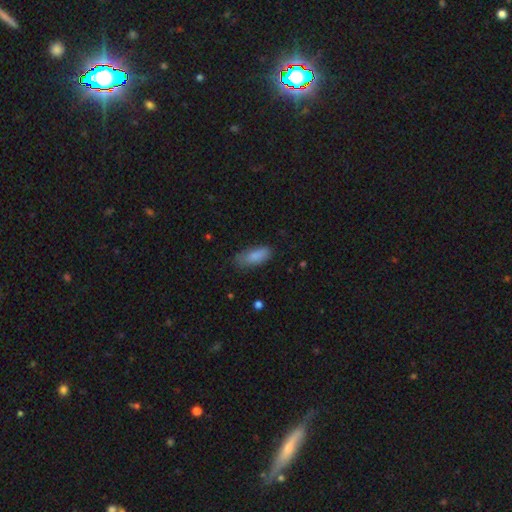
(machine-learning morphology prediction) Smooth or featured? Predicted: smooth (p=0.86). How rounded? Predicted: in between (p=0.76). Merging? Predicted: none (p=0.69).